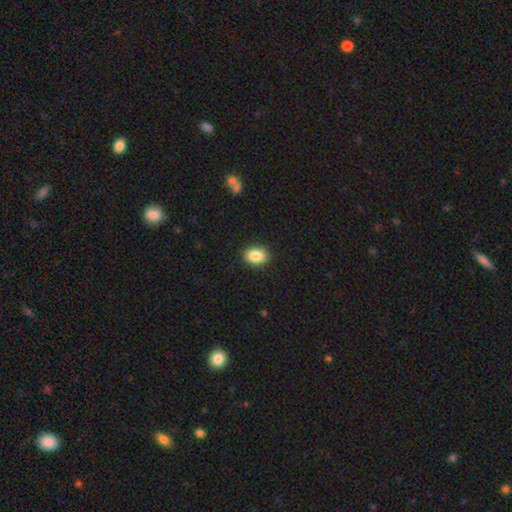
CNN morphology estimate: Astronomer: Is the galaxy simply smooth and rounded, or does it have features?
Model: smooth — 85%.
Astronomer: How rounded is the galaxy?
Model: in between — 65%.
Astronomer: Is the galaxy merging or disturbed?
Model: none — 89%.